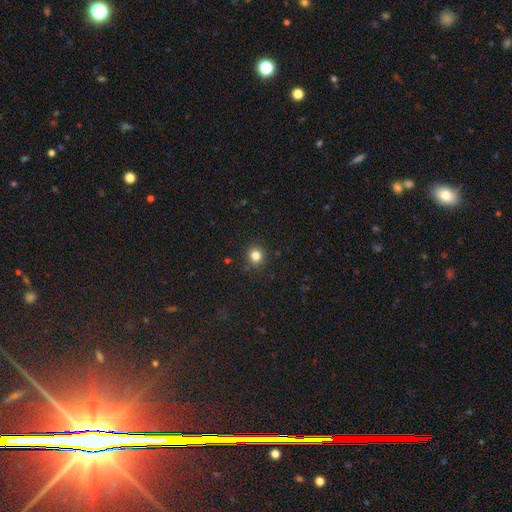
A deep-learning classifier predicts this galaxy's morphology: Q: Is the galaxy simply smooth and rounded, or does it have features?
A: smooth — 83%.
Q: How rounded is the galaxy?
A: round — 86%.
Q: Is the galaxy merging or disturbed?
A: none — 90%.